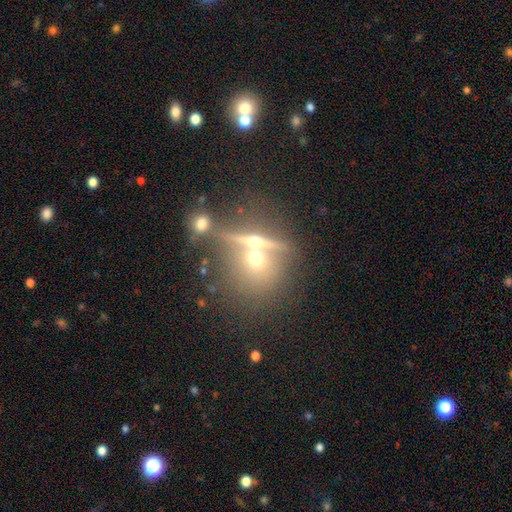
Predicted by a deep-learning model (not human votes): Overall: featured or disk (41%; smooth 31%). Merging: none (53%; merger 29%).